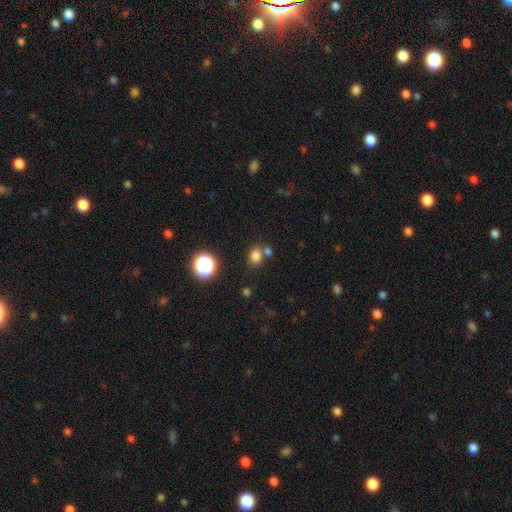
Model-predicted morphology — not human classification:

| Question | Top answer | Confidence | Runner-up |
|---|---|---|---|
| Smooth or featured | smooth | 78% | star or artifact (16%) |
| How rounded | in between | 54% | round (45%) |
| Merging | none | 64% | merger (21%) |